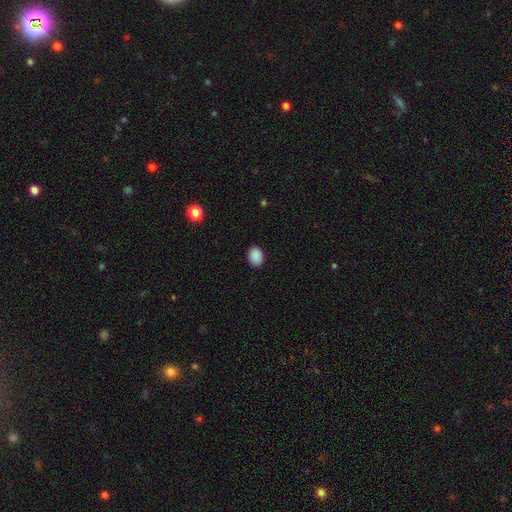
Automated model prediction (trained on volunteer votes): Q: Smooth or featured?
A: smooth (89%); runner-up: star or artifact (9%)
Q: How rounded?
A: in between (63%); runner-up: round (36%)
Q: Merging?
A: none (88%); runner-up: minor disturbance (9%)